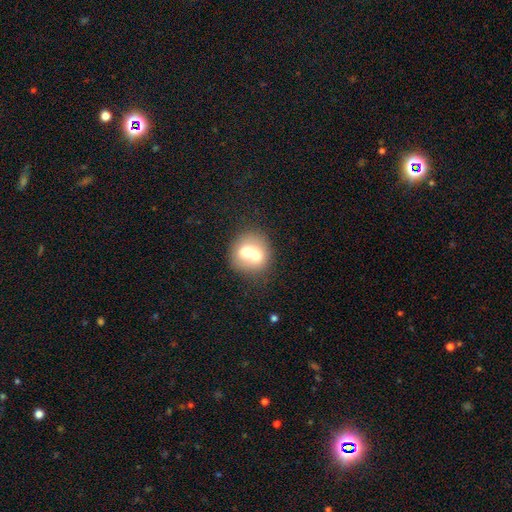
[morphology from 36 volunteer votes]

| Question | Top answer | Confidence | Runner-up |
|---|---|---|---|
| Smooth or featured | smooth | 69% | featured or disk (25%) |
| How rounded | round | 88% | in between (12%) |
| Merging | merger | 76% | none (24%) |